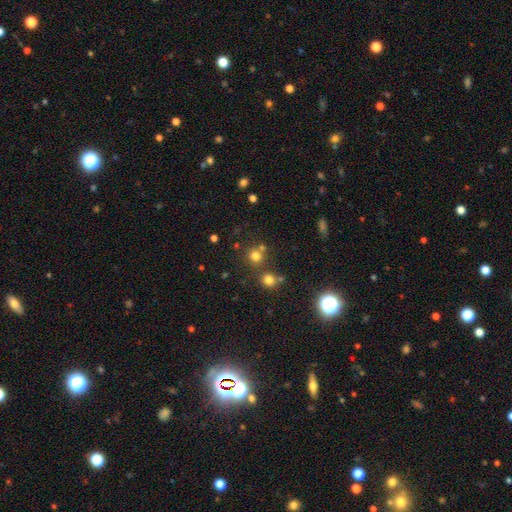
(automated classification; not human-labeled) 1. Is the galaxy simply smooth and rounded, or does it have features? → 71% smooth, 21% star or artifact, 8% featured or disk.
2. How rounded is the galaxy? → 90% round, 9% in between, 1% cigar-shaped.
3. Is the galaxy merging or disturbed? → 68% none, 20% merger, 8% minor disturbance, 4% major disturbance.